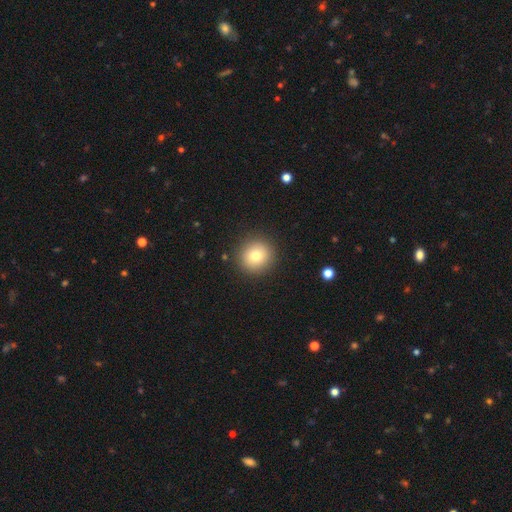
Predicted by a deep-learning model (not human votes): This appears to be a smooth galaxy with no disk features (78%) that is round (93%). Merging: none (91%).